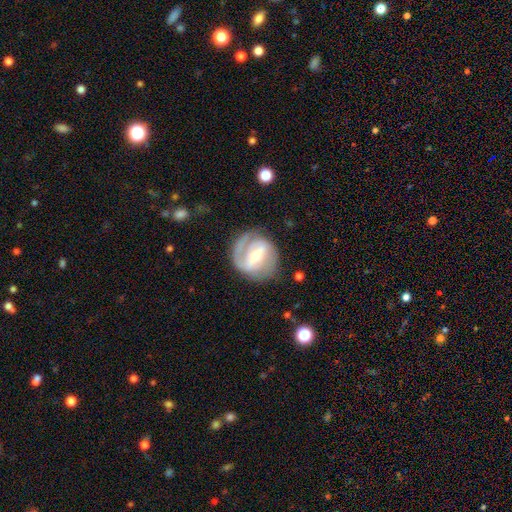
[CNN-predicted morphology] smooth-or-featured: featured or disk: 81% | smooth: 14% | star or artifact: 5%
  disk-edge-on: no: 96% | yes: 4%
    bar: strong: 56% | weak: 34% | no: 11%
    has-spiral-arms: yes: 87% | no: 13%
      spiral-winding: medium: 43% | tight: 40% | loose: 17%
      spiral-arm-count: 2: 70% | 1: 15% | can't tell: 10% | 3: 3% | 4: 1% | more than 4: 1%
    bulge-size: moderate: 53% | small: 40% | large: 4% | none: 1% | dominant: 1%
  merging: none: 70% | minor disturbance: 17% | major disturbance: 11% | merger: 2%